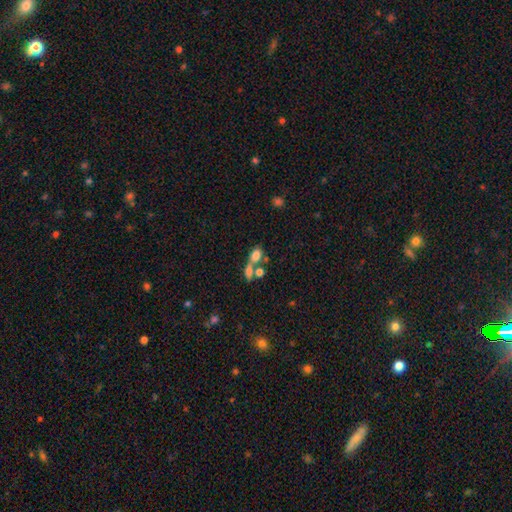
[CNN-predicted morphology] The model was most divided on "merging": merger: 55%, none: 28%, minor disturbance: 9%, major disturbance: 8%. More confident: how rounded — in between (74%); smooth or featured — smooth (72%).